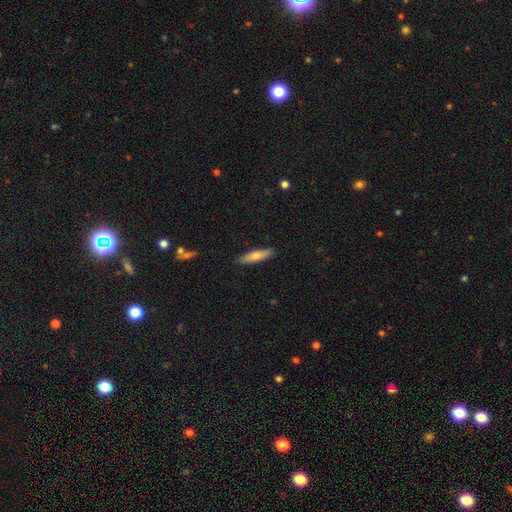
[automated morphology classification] Overall: smooth (72%). How rounded: cigar-shaped (75%). Merging: none (89%).